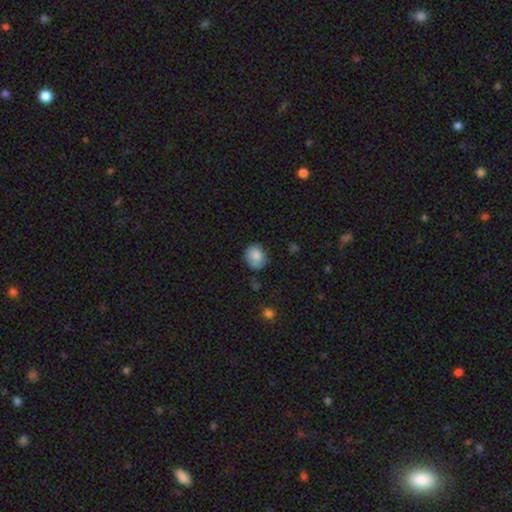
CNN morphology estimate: Q: Smooth or featured?
A: smooth (82%); runner-up: featured or disk (9%)
Q: How rounded?
A: round (65%); runner-up: in between (34%)
Q: Merging?
A: none (63%); runner-up: minor disturbance (27%)